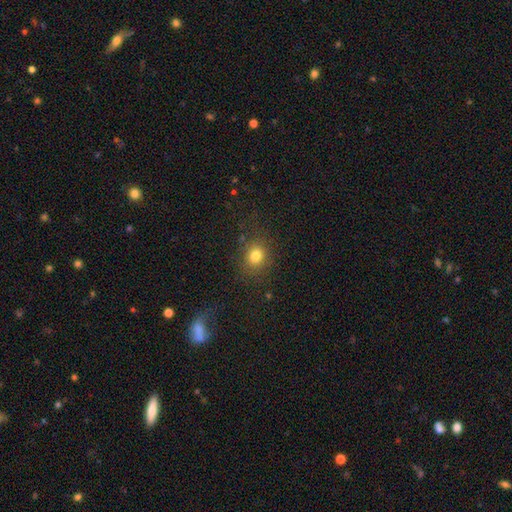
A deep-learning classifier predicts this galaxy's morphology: smooth_or_featured: smooth (p=0.80) [alt: star or artifact p=0.13]
how_rounded: round (p=0.75) [alt: in between p=0.24]
merging: none (p=0.82) [alt: minor disturbance p=0.11]